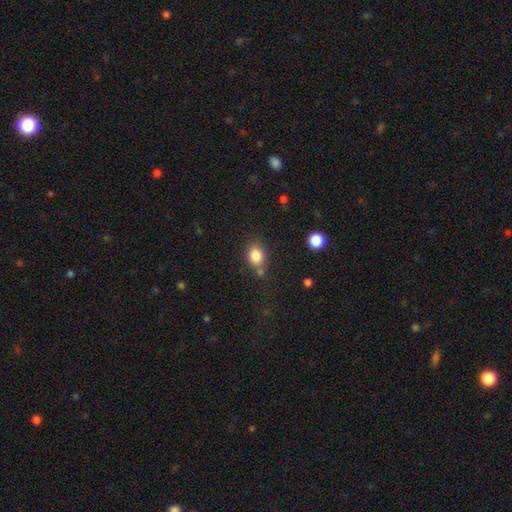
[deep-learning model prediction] A smooth galaxy with no disk features (83%) that is round (61%).

Vote fractions:
- Smooth or featured? smooth: 83% / star or artifact: 10% / featured or disk: 7%
- How rounded? round: 61% / in between: 38% / cigar-shaped: 1%
- Merging? none: 65% / minor disturbance: 16% / merger: 14% / major disturbance: 5%